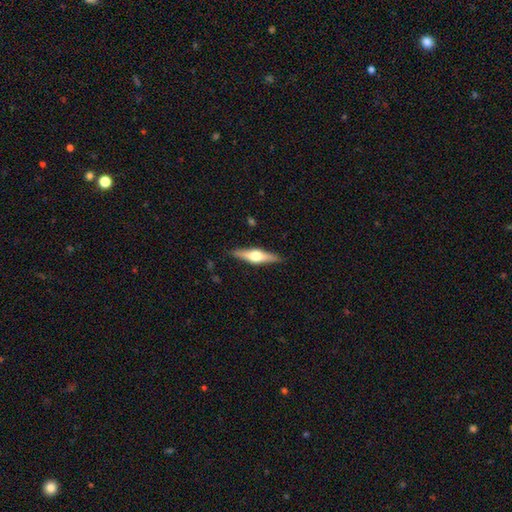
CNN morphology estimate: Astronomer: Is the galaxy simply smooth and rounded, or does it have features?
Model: featured or disk — 64%.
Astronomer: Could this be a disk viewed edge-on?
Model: yes — 96%.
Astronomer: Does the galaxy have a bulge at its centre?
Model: rounded — 95%.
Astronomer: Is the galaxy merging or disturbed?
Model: none — 89%.